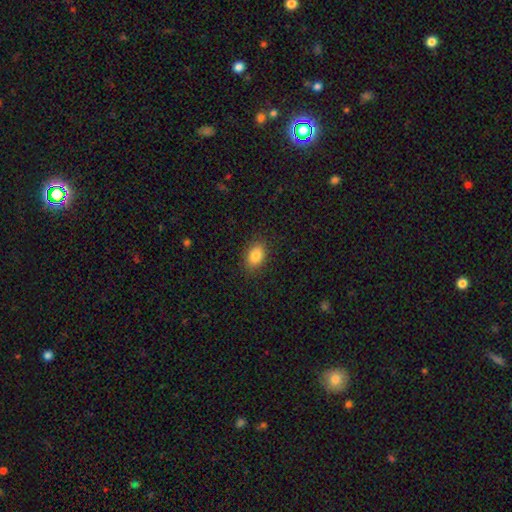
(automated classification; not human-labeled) smooth-or-featured: smooth: 84% | star or artifact: 9% | featured or disk: 7%
  how-rounded: in between: 86% | round: 12% | cigar-shaped: 2%
  merging: none: 87% | minor disturbance: 9% | major disturbance: 3% | merger: 1%